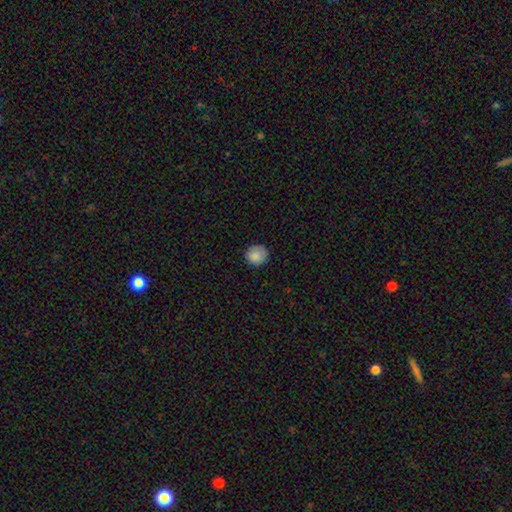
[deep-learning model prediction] Smooth or featured? Predicted: smooth (p=0.87). How rounded? Predicted: round (p=0.92). Merging? Predicted: none (p=0.87).